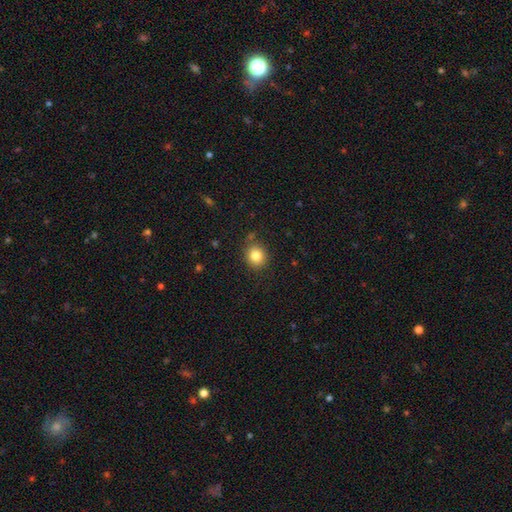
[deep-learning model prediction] Q: Smooth or featured?
A: smooth (82%); runner-up: star or artifact (11%)
Q: How rounded?
A: round (79%); runner-up: in between (20%)
Q: Merging?
A: none (84%); runner-up: minor disturbance (10%)